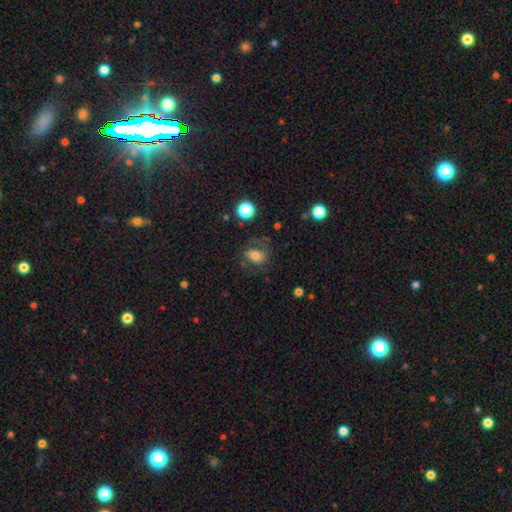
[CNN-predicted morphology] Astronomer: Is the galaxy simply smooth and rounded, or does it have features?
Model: smooth — 58%.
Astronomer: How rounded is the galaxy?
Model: in between — 62%.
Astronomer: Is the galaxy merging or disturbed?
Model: none — 58%.